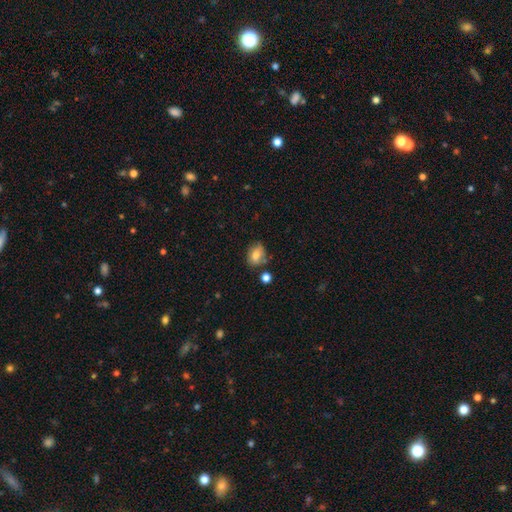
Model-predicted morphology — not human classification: This is likely a smooth galaxy (74%). How rounded: likely in between (70%). Merging: likely none (66%).